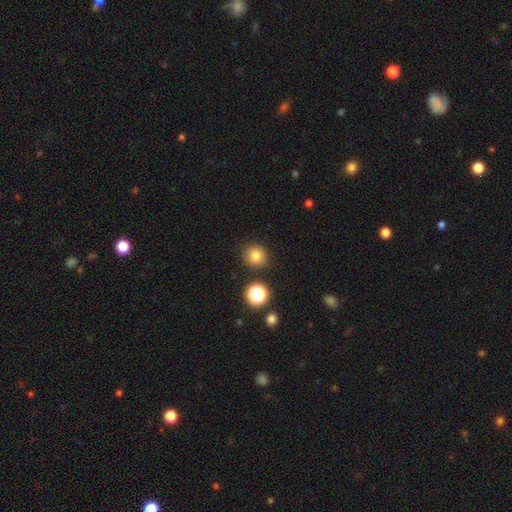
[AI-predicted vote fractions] A smooth galaxy with no disk features (80%) that is round (91%).

Vote fractions:
- Smooth or featured? smooth: 80% / star or artifact: 14% / featured or disk: 6%
- How rounded? round: 91% / in between: 8% / cigar-shaped: 1%
- Merging? none: 88% / minor disturbance: 7% / merger: 3% / major disturbance: 2%